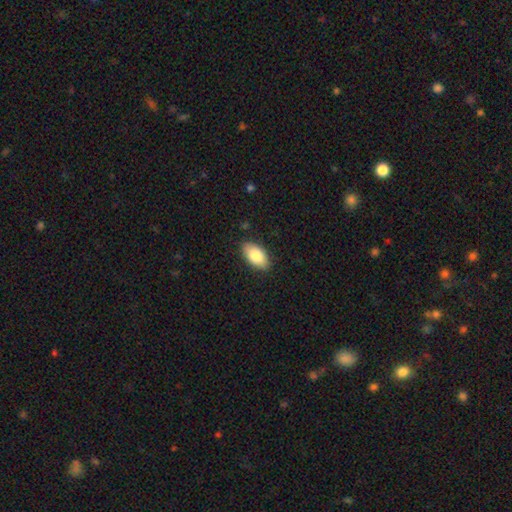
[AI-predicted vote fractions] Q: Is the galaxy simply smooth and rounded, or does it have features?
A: smooth — 83%.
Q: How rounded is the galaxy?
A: in between — 94%.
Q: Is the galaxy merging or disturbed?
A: none — 87%.